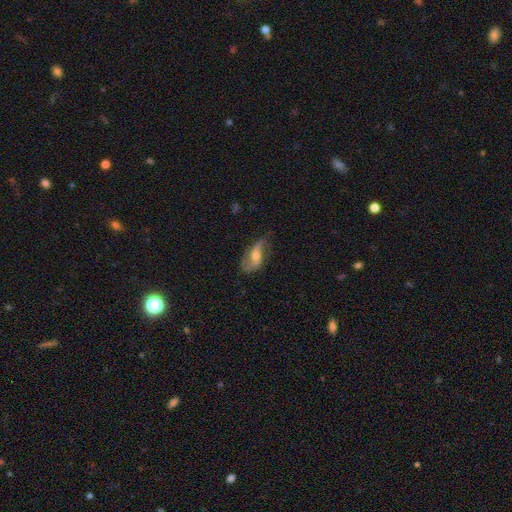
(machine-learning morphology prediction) This appears to be a featured or disk galaxy (71%) with no bar (43%), 2 (85%) loose (65%) spiral arms (89%) and a moderate central bulge (58%). Merging: none (63%).